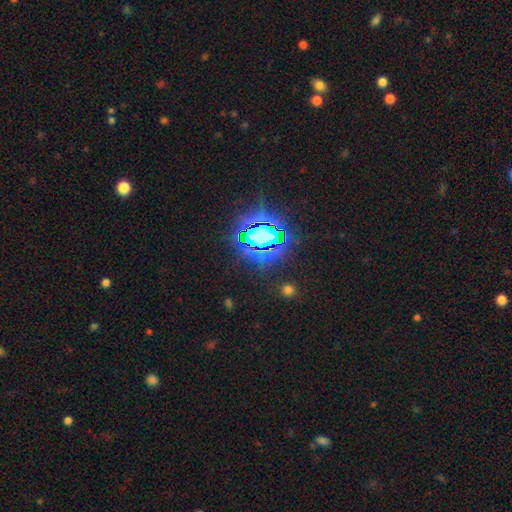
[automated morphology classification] smooth_or_featured: star or artifact (p=0.84) [alt: smooth p=0.10]